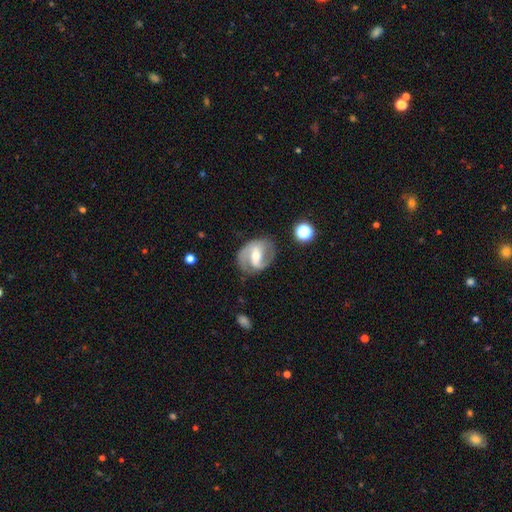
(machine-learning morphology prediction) A featured or disk galaxy (82%) with a strong bar (43%), 2 (86%) medium (51%) spiral arms (92%) and a moderate central bulge (59%).

Vote fractions:
- Smooth or featured? featured or disk: 82% / smooth: 13% / star or artifact: 6%
- Edge-on disk? no: 97% / yes: 3%
- Bar? strong: 43% / weak: 39% / no: 18%
- Spiral arms? yes: 92% / no: 8%
- Spiral winding? medium: 51% / tight: 25% / loose: 24%
- Spiral arm count? 2: 86% / can't tell: 6% / 1: 5% / 3: 2% / 4: 1% / more than 4: 1%
- Bulge size? moderate: 59% / small: 35% / large: 4% / none: 1% / dominant: 1%
- Merging? none: 74% / minor disturbance: 17% / major disturbance: 7% / merger: 2%